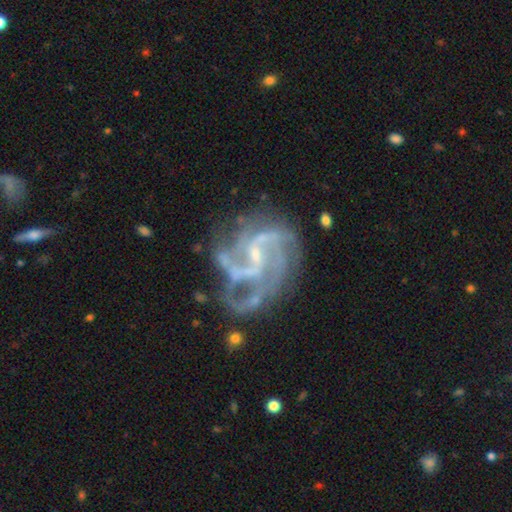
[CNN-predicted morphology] Overall: featured or disk (90%). Edge-on disk: no (98%). Bar: weak (49%; no 31%). Spiral arms: yes (97%). Spiral arm count: 3 (32%; 2 31%). Spiral winding: medium (55%; tight 23%). Bulge size: small (70%). Merging: none (55%; major disturbance 20%).